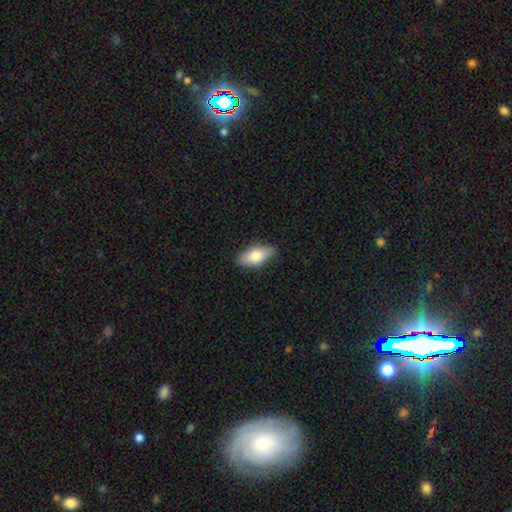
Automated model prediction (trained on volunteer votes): Smooth or featured: smooth — 77% (featured or disk — 17%)
How rounded: in between — 89% (cigar-shaped — 8%)
Merging: none — 83% (minor disturbance — 14%)